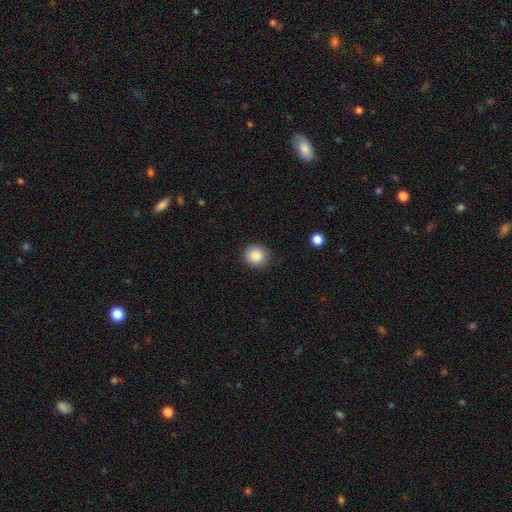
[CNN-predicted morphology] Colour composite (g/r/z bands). It shows a smooth galaxy with no disk features (88%) that is round (87%). Merging: none (87%).